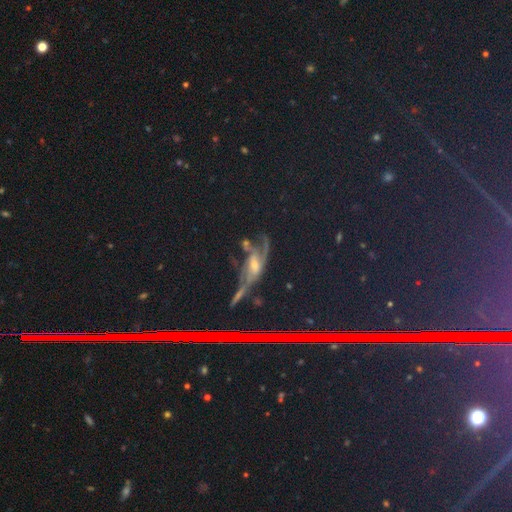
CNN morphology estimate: star or artifact 41%, featured or disk 38%, smooth 21%.